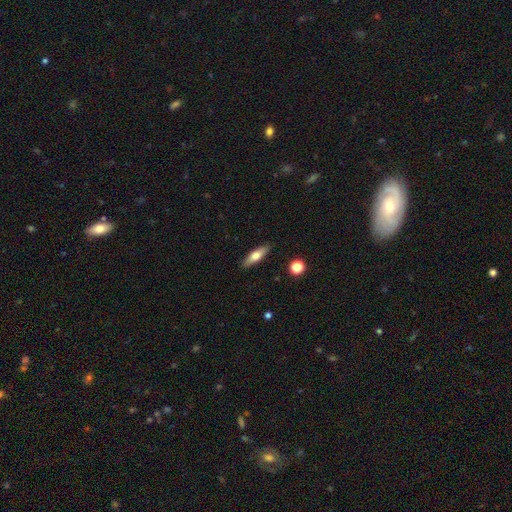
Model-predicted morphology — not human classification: A smooth galaxy with no disk features (62%) that is cigar-shaped (56%).

Vote fractions:
- Smooth or featured? smooth: 62% / featured or disk: 31% / star or artifact: 7%
- How rounded? cigar-shaped: 56% / in between: 41% / round: 3%
- Merging? none: 88% / minor disturbance: 8% / major disturbance: 2% / merger: 1%